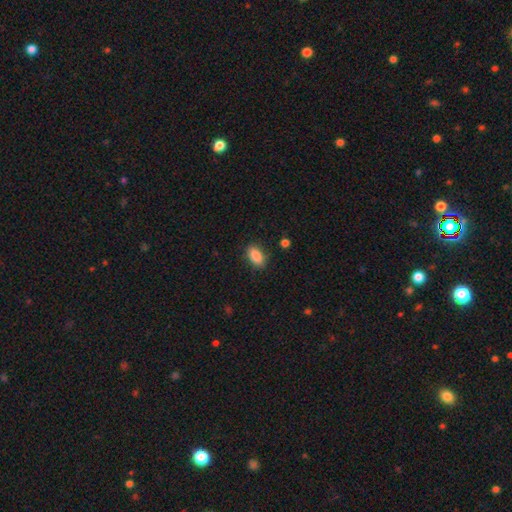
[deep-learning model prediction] Q: Smooth or featured?
A: smooth (88%); runner-up: star or artifact (8%)
Q: How rounded?
A: in between (90%); runner-up: round (6%)
Q: Merging?
A: none (86%); runner-up: minor disturbance (10%)